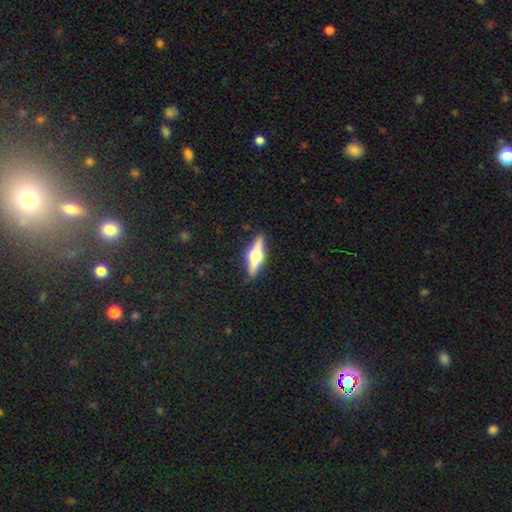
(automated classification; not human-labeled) Smooth or featured: featured or disk — 67% (smooth — 27%)
Edge-on disk: yes — 96% (no — 4%)
Edge-on bulge: rounded — 94% (boxy — 4%)
Merging: none — 88% (minor disturbance — 9%)